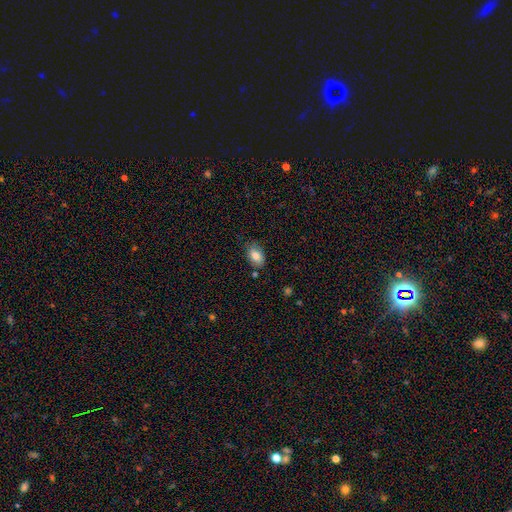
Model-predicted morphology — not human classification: A smooth galaxy with no disk features (82%) that is in between round and cigar-shaped (88%). Merging: none (77%).